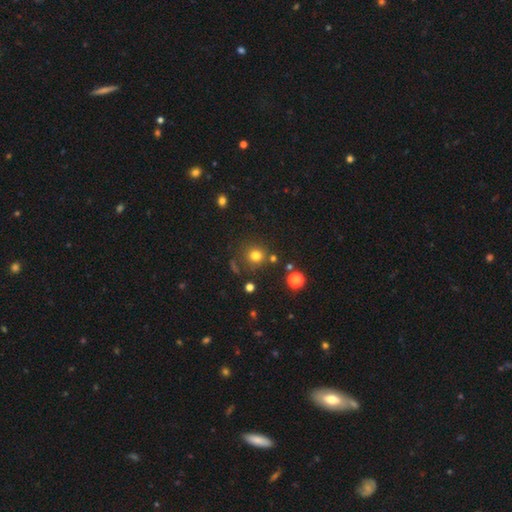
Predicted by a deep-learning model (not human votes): Smooth or featured: smooth — 76% (star or artifact — 17%)
How rounded: round — 91% (in between — 8%)
Merging: none — 79% (minor disturbance — 10%)